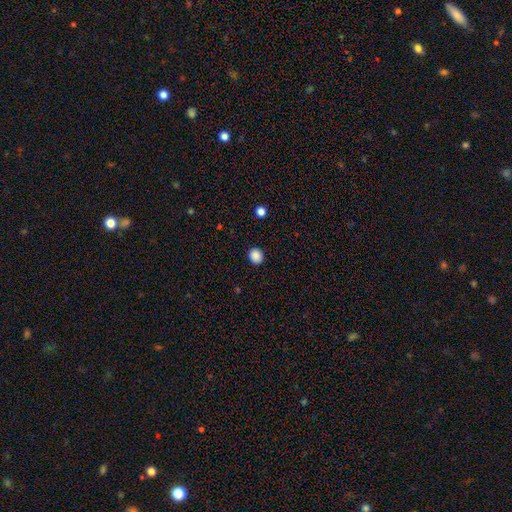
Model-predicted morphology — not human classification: A smooth galaxy with no disk features (88%) that is round (76%).

Vote fractions:
- Smooth or featured? smooth: 88% / star or artifact: 9% / featured or disk: 3%
- How rounded? round: 76% / in between: 23% / cigar-shaped: 1%
- Merging? none: 91% / minor disturbance: 6% / major disturbance: 2% / merger: 1%